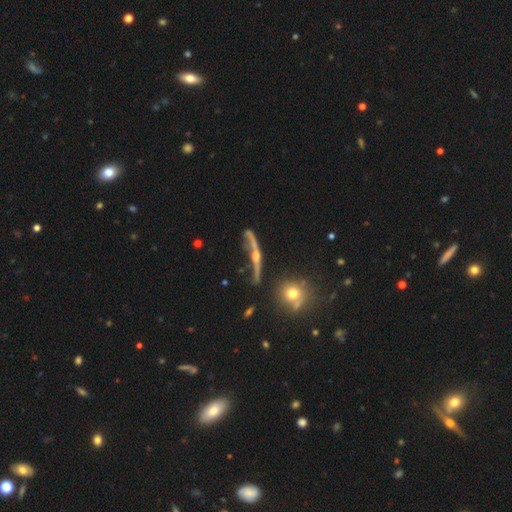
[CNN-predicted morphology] This appears to be a featured or disk galaxy (45%). Merging: none (62%).